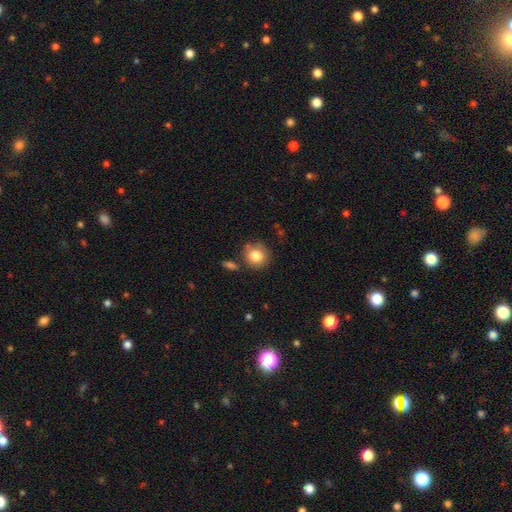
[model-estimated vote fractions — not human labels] Smooth or featured: smooth — 81% (featured or disk — 10%)
How rounded: round — 86% (in between — 13%)
Merging: none — 78% (minor disturbance — 13%)